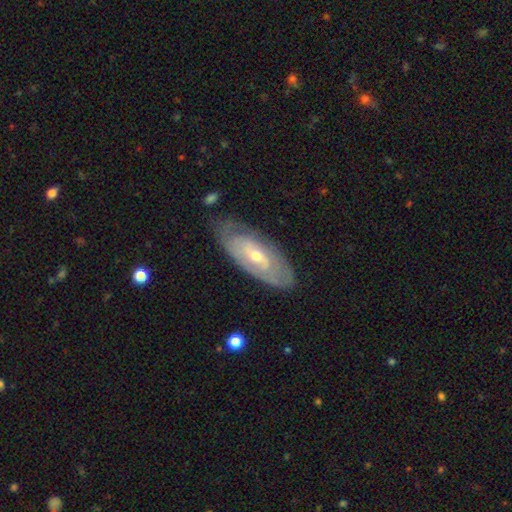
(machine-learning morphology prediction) A featured or disk galaxy (72%) with no bar (64%), spiral arms (64%) and a moderate central bulge (49%).

Vote fractions:
- Smooth or featured? featured or disk: 72% / smooth: 23% / star or artifact: 6%
- Edge-on disk? no: 86% / yes: 14%
- Bar? no: 64% / weak: 27% / strong: 9%
- Spiral arms? yes: 64% / no: 36%
- Bulge size? moderate: 49% / small: 48% / large: 2% / none: 1% / dominant: 1%
- Merging? none: 72% / minor disturbance: 20% / major disturbance: 6% / merger: 2%